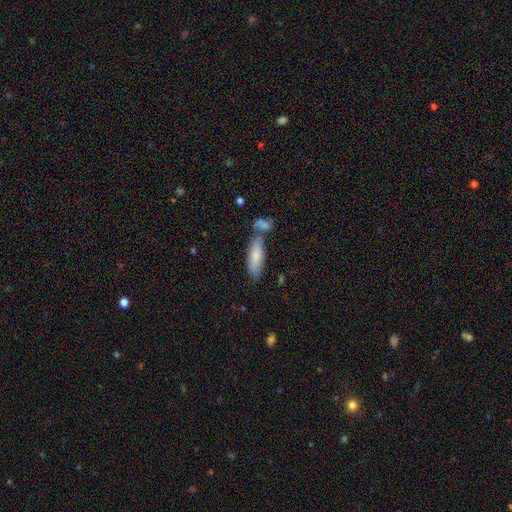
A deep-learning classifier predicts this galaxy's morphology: smooth 77%, featured or disk 17%, star or artifact 6%. Down the decision tree: how rounded — in between (58%); merging — none (51%).